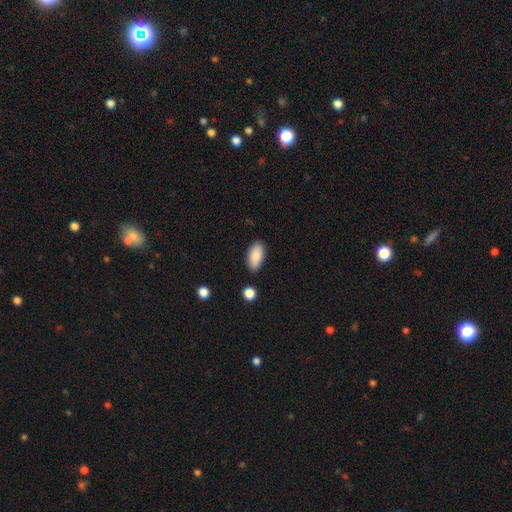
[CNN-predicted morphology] Smooth or featured? Predicted: smooth (p=0.87). How rounded? Predicted: in between (p=0.92). Merging? Predicted: none (p=0.84).